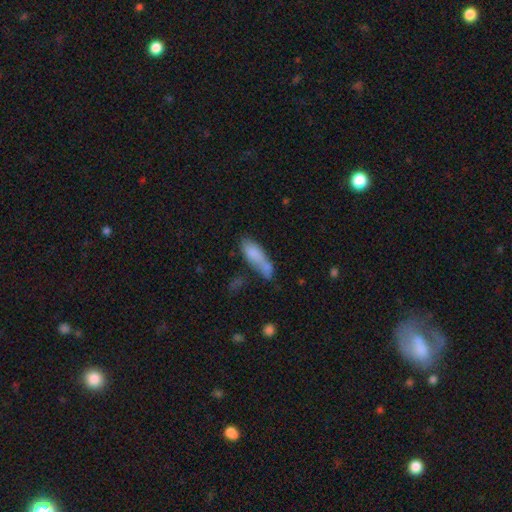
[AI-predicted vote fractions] Q: Smooth or featured?
A: smooth (74%); runner-up: featured or disk (17%)
Q: How rounded?
A: in between (57%); runner-up: cigar-shaped (40%)
Q: Merging?
A: merger (34%); runner-up: none (33%)